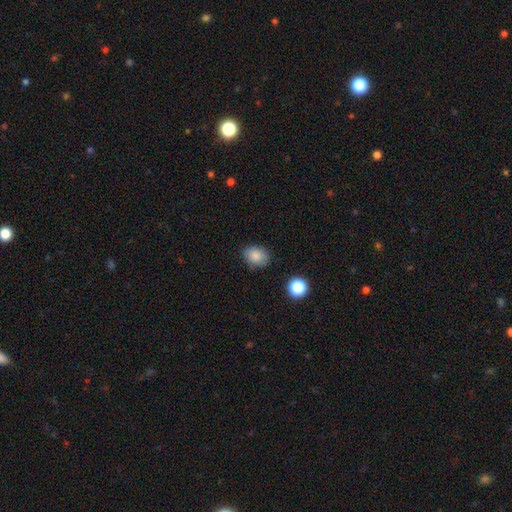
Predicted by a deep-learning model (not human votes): Q: Smooth or featured?
A: smooth (85%); runner-up: star or artifact (10%)
Q: How rounded?
A: in between (59%); runner-up: round (40%)
Q: Merging?
A: none (81%); runner-up: minor disturbance (14%)